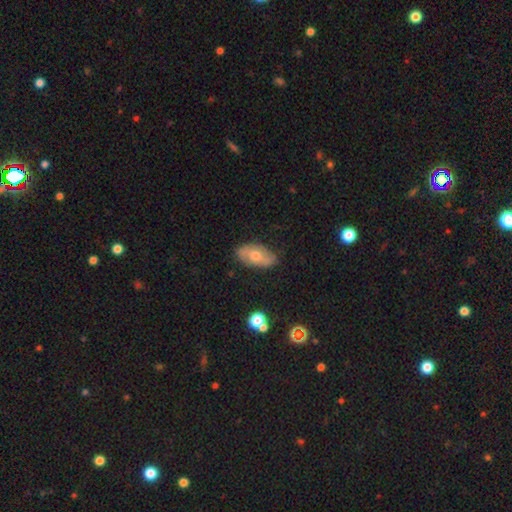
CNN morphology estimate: Overall: smooth (55%; featured or disk 38%). How rounded: in between (92%). Merging: none (82%).